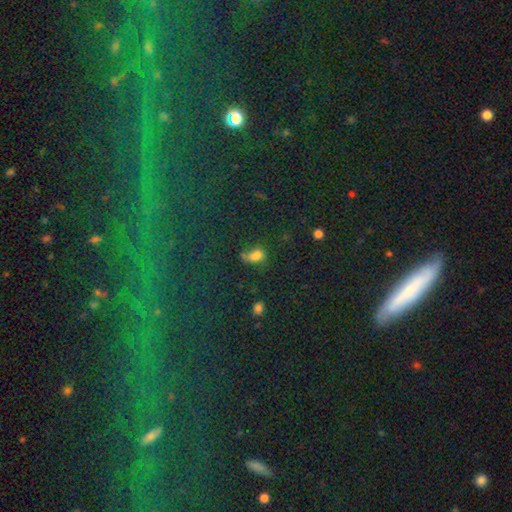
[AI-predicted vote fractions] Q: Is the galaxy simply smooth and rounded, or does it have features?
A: smooth — 69%.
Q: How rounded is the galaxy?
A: in between — 78%.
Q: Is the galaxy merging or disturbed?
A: none — 38%.